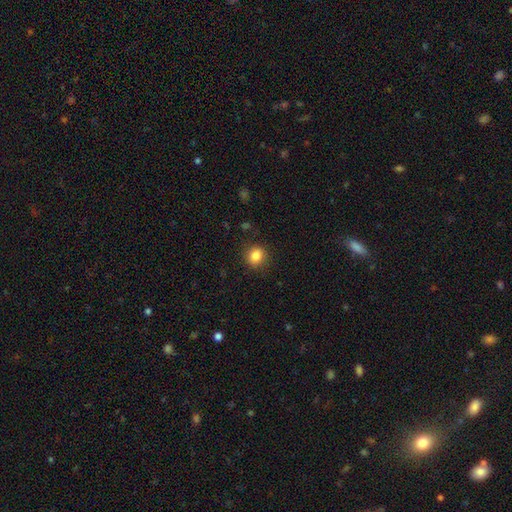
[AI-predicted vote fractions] Overall: smooth (85%). How rounded: round (74%). Merging: none (86%).